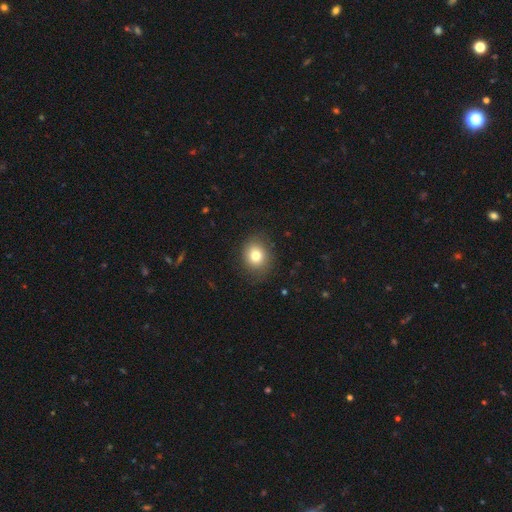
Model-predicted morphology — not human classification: Smooth or featured: smooth — 79% (star or artifact — 11%)
How rounded: round — 66% (in between — 33%)
Merging: none — 84% (minor disturbance — 11%)